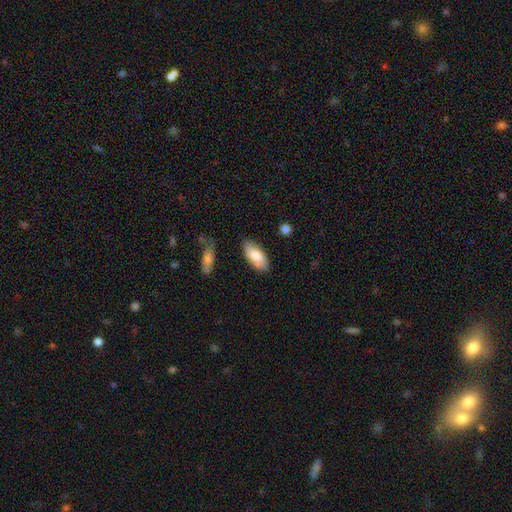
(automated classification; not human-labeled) A smooth galaxy with no disk features (78%) that is in between round and cigar-shaped (88%). Merging: none (78%).